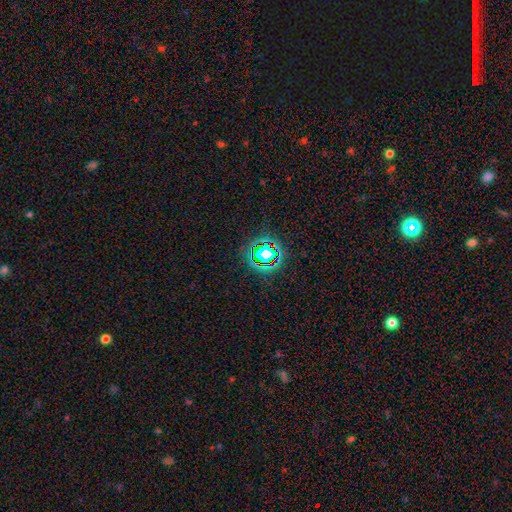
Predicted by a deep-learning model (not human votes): Smooth or featured: star or artifact — 78% (smooth — 15%)